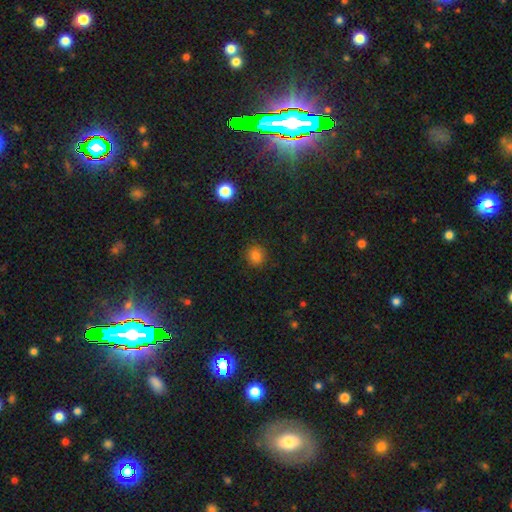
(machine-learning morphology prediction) Smooth or featured? smooth (82%)
How rounded? round (89%)
Merging? none (89%)